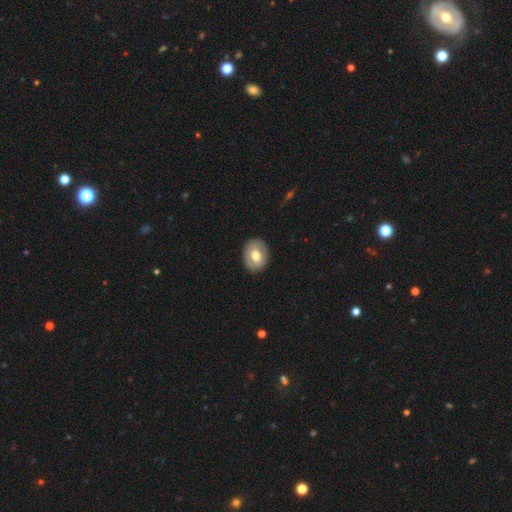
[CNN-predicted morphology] The model was most divided on "smooth or featured": smooth: 62%, featured or disk: 32%, star or artifact: 6%. More confident: merging — none (86%); how rounded — in between (65%).